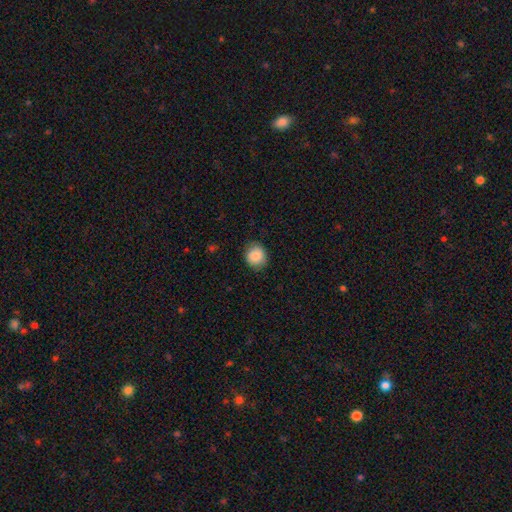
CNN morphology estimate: type=smooth (88%); roundness=round (78%); merging=none (84%).